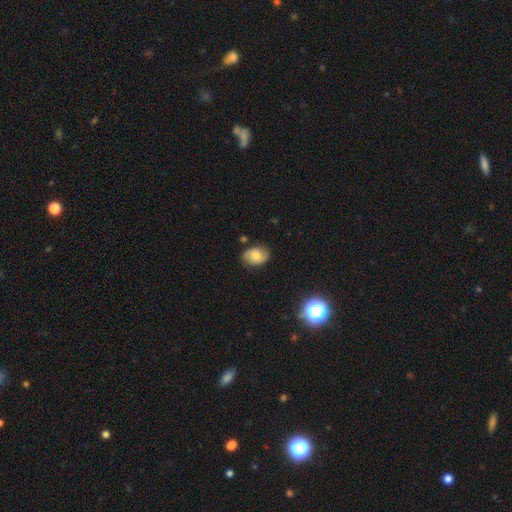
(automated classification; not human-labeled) A smooth galaxy with no disk features (65%) that is in between round and cigar-shaped (72%).

Vote fractions:
- Smooth or featured? smooth: 65% / featured or disk: 25% / star or artifact: 10%
- How rounded? in between: 72% / round: 26% / cigar-shaped: 1%
- Merging? none: 80% / minor disturbance: 15% / major disturbance: 3% / merger: 2%